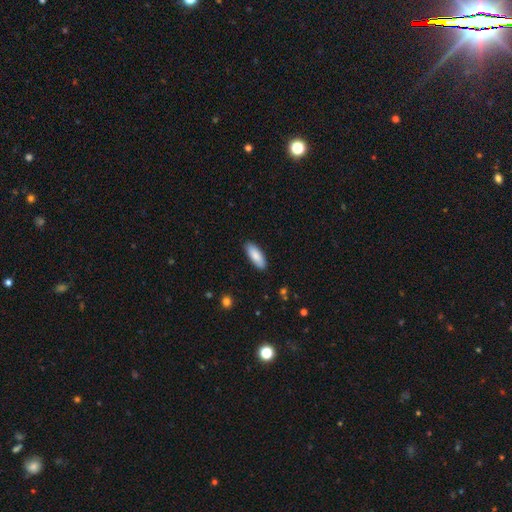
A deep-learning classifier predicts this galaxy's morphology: This appears to be a smooth galaxy with no disk features (87%) that is in between round and cigar-shaped (66%). Merging: none (89%).